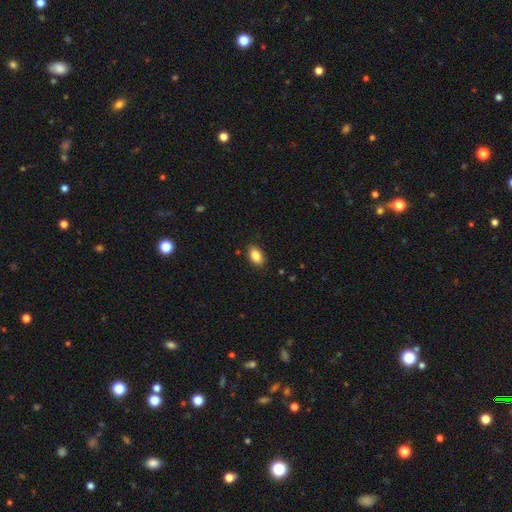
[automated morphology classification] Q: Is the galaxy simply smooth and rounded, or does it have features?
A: smooth — 86%.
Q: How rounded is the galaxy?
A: in between — 90%.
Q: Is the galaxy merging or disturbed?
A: none — 88%.